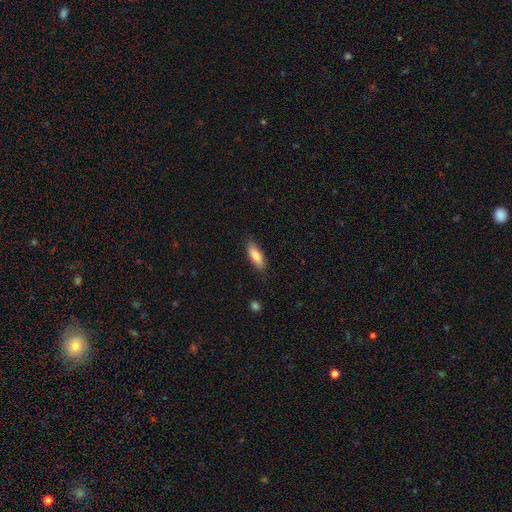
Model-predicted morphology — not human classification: type=smooth (82%); roundness=in between (60%); merging=none (81%).